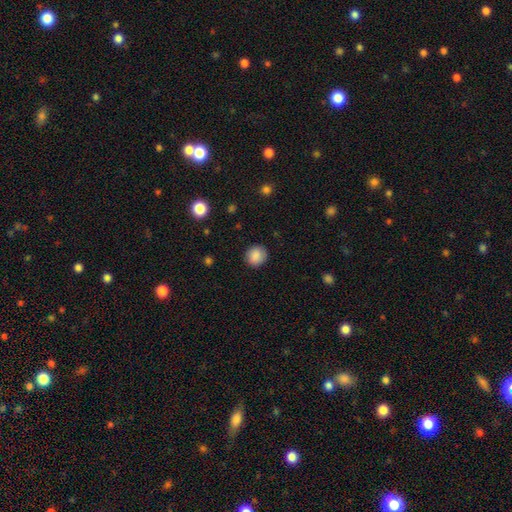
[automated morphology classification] type=smooth (87%); roundness=round (84%); merging=none (87%).